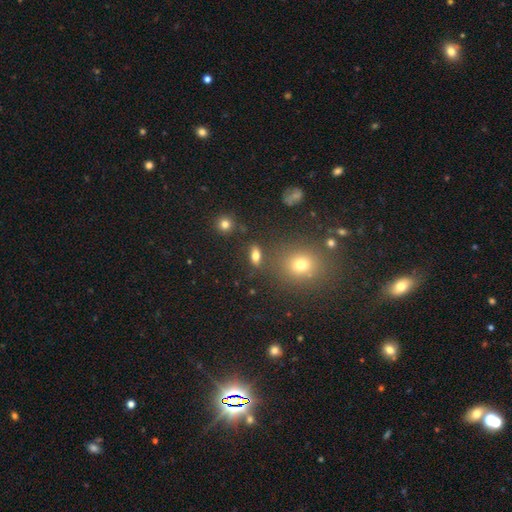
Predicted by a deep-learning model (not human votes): A smooth galaxy with no disk features (74%) that is in between round and cigar-shaped (76%).

Vote fractions:
- Smooth or featured? smooth: 74% / star or artifact: 13% / featured or disk: 12%
- How rounded? in between: 76% / cigar-shaped: 12% / round: 11%
- Merging? none: 79% / minor disturbance: 11% / merger: 6% / major disturbance: 4%